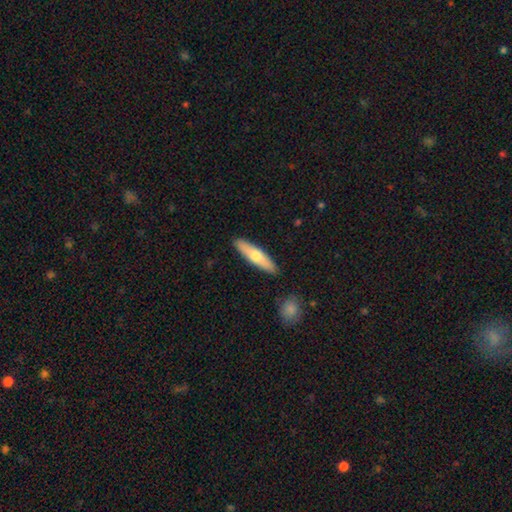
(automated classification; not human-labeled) Smooth or featured: smooth — 58% (featured or disk — 37%)
How rounded: cigar-shaped — 73% (in between — 25%)
Merging: none — 89% (minor disturbance — 8%)